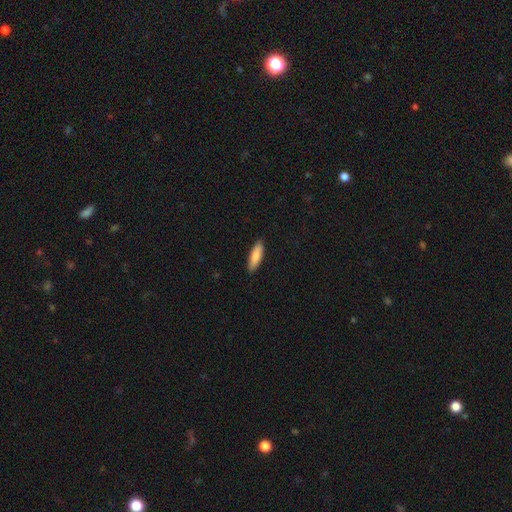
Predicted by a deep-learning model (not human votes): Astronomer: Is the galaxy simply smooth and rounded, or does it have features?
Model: smooth — 86%.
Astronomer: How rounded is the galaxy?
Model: cigar-shaped — 51% (runner-up: in between, 47%).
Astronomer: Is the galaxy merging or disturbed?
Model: none — 89%.